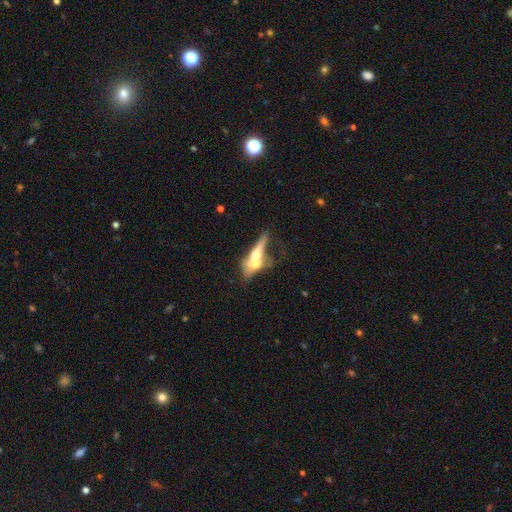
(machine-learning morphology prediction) smooth-or-featured: featured or disk: 48% | smooth: 44% | star or artifact: 8%
  merging: merger: 55% | none: 22% | major disturbance: 12% | minor disturbance: 11%